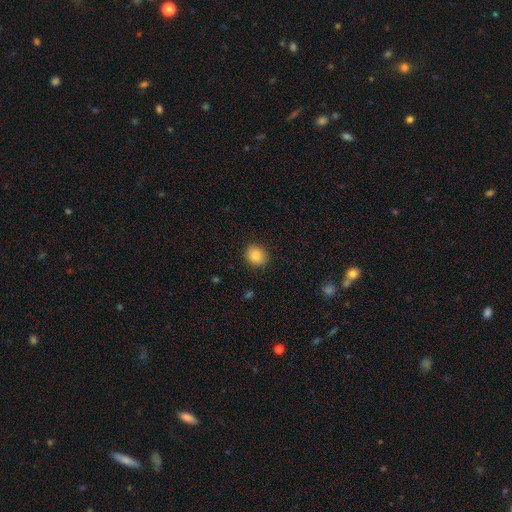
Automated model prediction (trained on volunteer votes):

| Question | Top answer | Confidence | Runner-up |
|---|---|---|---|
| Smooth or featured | smooth | 87% | star or artifact (9%) |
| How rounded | round | 69% | in between (30%) |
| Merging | none | 87% | minor disturbance (9%) |